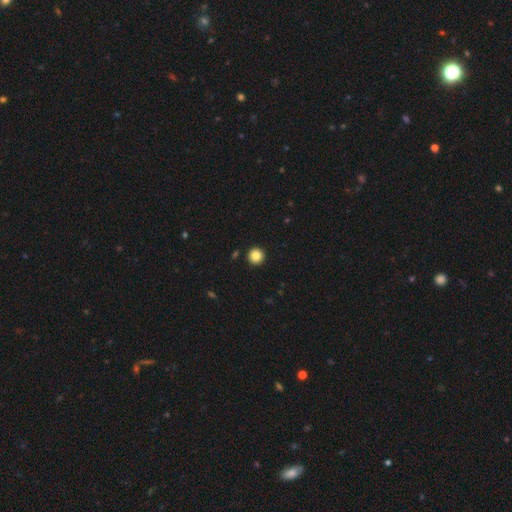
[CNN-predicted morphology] Overall: smooth (84%). How rounded: round (96%). Merging: none (93%).